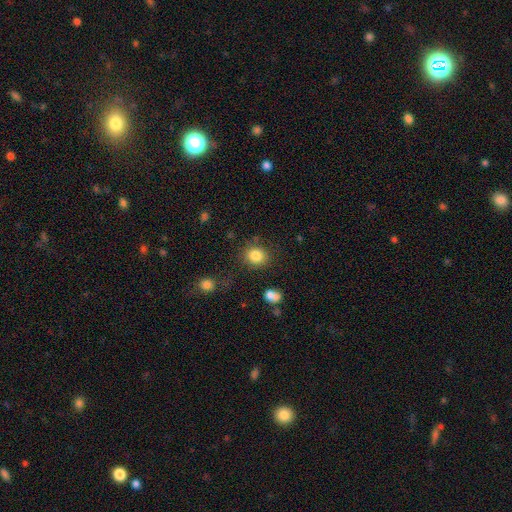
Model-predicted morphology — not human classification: This is clearly a smooth galaxy (84%). How rounded: likely round (79%). Merging: clearly none (82%).